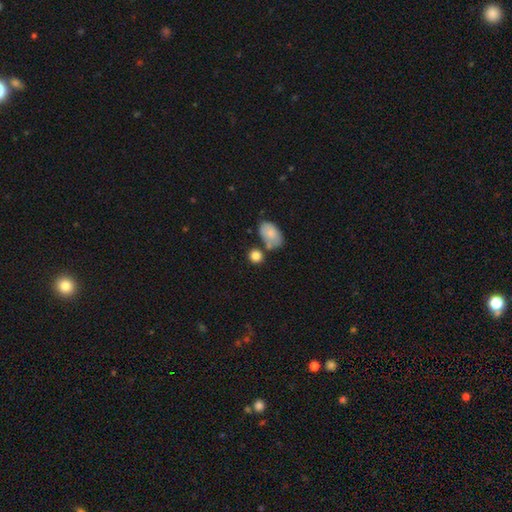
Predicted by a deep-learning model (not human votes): Q: Smooth or featured?
A: smooth (84%); runner-up: star or artifact (9%)
Q: How rounded?
A: round (72%); runner-up: in between (27%)
Q: Merging?
A: none (62%); runner-up: merger (20%)